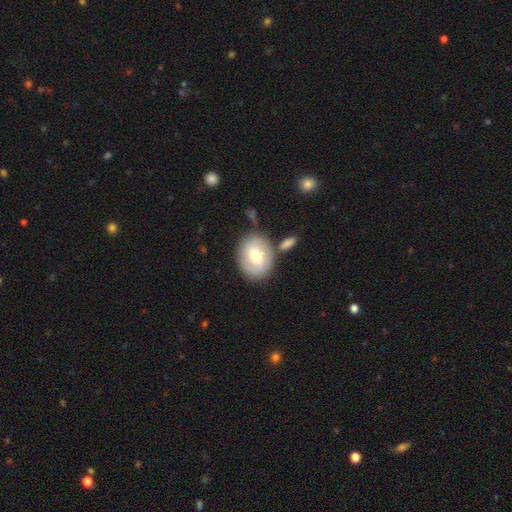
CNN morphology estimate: The model was most divided on "how rounded" (2-way tie): round: 49%, in between: 49%, cigar-shaped: 1%. More confident: merging — none (72%); smooth or featured — smooth (56%).